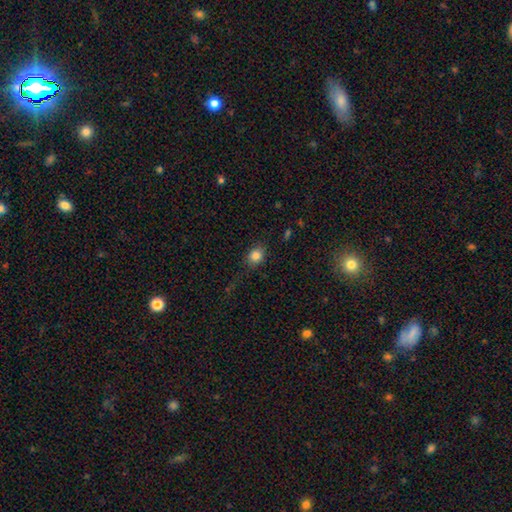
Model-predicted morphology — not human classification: A smooth galaxy with no disk features (83%) that is round (57%). Merging: none (78%).